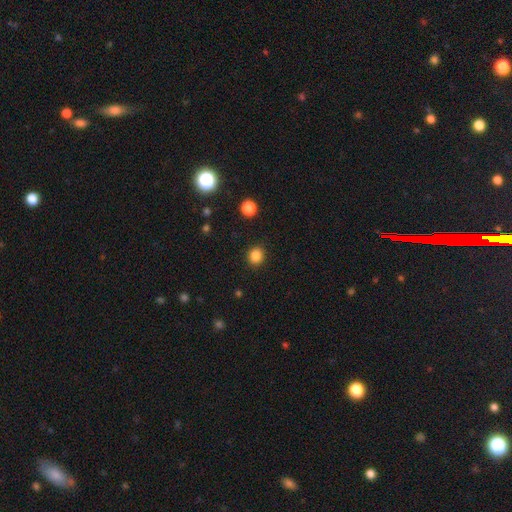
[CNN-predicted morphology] A smooth galaxy with no disk features (85%) that is round (83%).

Vote fractions:
- Smooth or featured? smooth: 85% / star or artifact: 11% / featured or disk: 3%
- How rounded? round: 83% / in between: 16% / cigar-shaped: 1%
- Merging? none: 90% / minor disturbance: 6% / major disturbance: 2% / merger: 1%